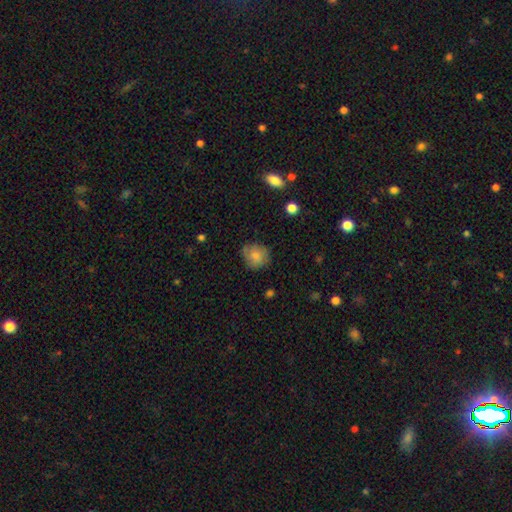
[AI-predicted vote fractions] This is likely a smooth galaxy (78%). How rounded: likely round (79%). Merging: likely none (72%).